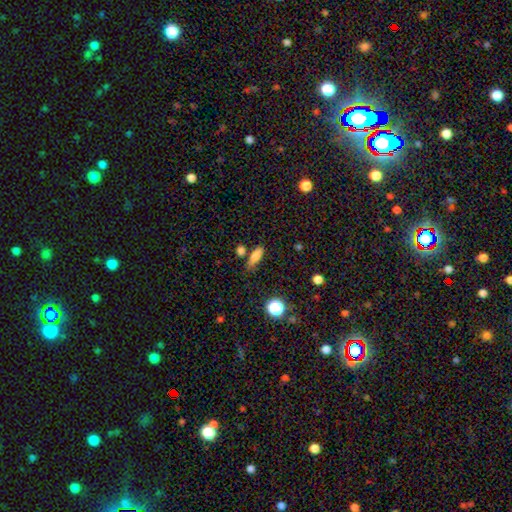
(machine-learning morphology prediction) Smooth or featured: smooth — 79% (star or artifact — 11%)
How rounded: in between — 59% (cigar-shaped — 35%)
Merging: none — 63% (minor disturbance — 20%)